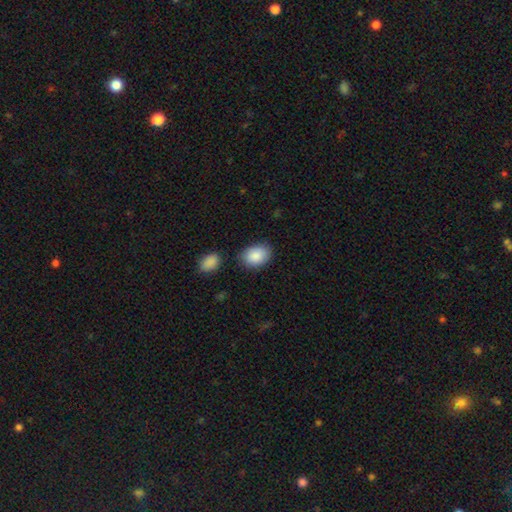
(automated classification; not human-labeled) The model was most divided on "how rounded": in between: 81%, round: 18%, cigar-shaped: 1%. More confident: smooth or featured — smooth (88%); merging — none (78%).